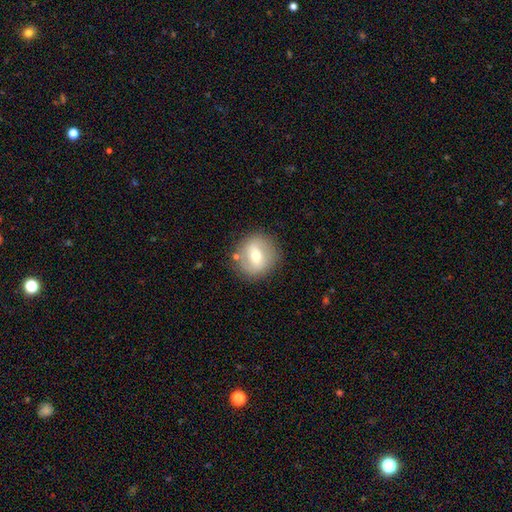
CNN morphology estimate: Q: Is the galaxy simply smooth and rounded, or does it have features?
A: smooth — 53%.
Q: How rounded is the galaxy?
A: round — 87%.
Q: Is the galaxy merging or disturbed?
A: none — 83%.